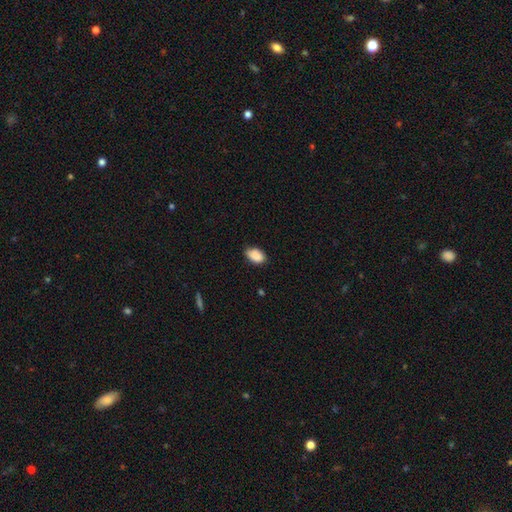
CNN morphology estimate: Smooth or featured? Predicted: smooth (p=0.89). How rounded? Predicted: in between (p=0.90). Merging? Predicted: none (p=0.76).